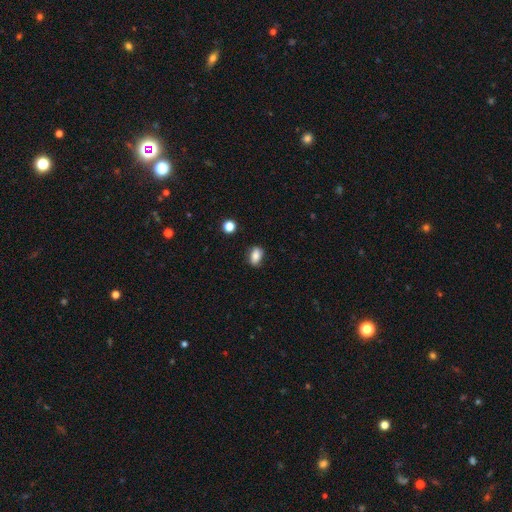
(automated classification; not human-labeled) The model was most divided on "merging": none: 82%, minor disturbance: 14%, major disturbance: 3%, merger: 2%. More confident: how rounded — in between (83%); smooth or featured — smooth (81%).